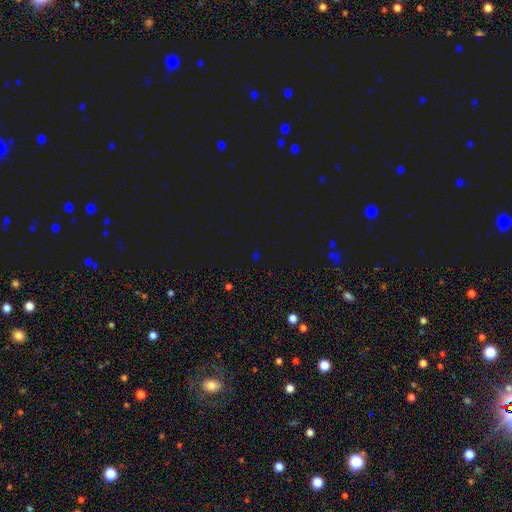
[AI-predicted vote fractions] Smooth or featured? star or artifact (66%)